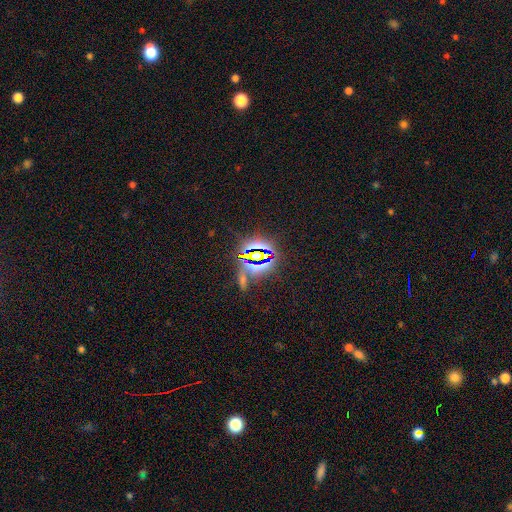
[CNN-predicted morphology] type=star or artifact (74%).